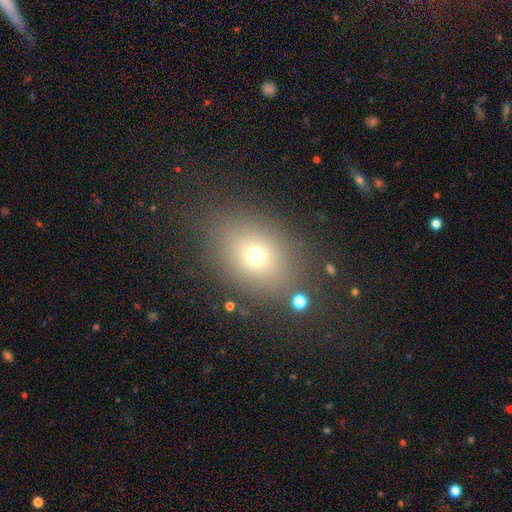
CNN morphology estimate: Overall: smooth (68%). How rounded: in between (59%; round 39%). Merging: none (80%).